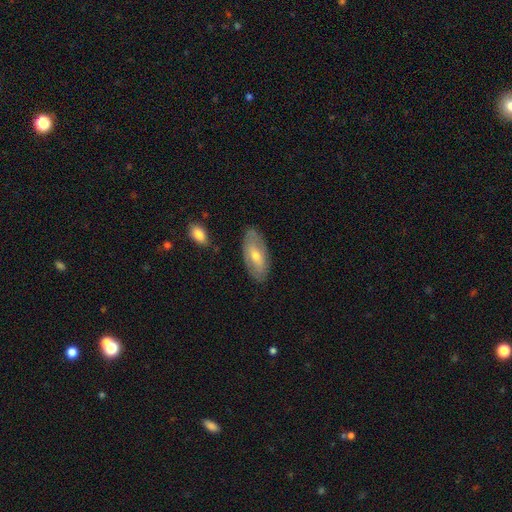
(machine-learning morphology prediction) Smooth or featured? featured or disk (47%, tied with smooth)
Merging? none (82%)